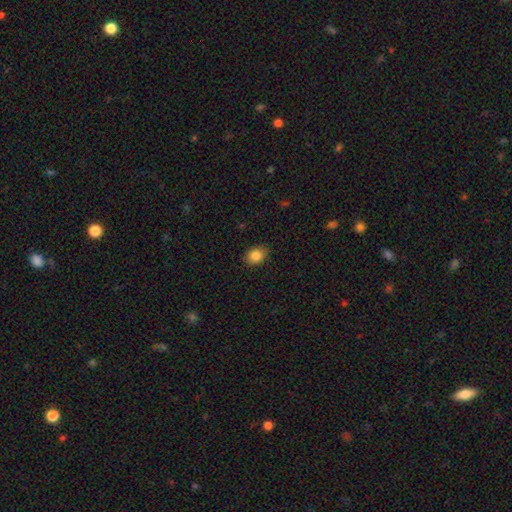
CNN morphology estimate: Smooth or featured: smooth — 86% (star or artifact — 9%)
How rounded: in between — 59% (round — 40%)
Merging: none — 85% (minor disturbance — 11%)